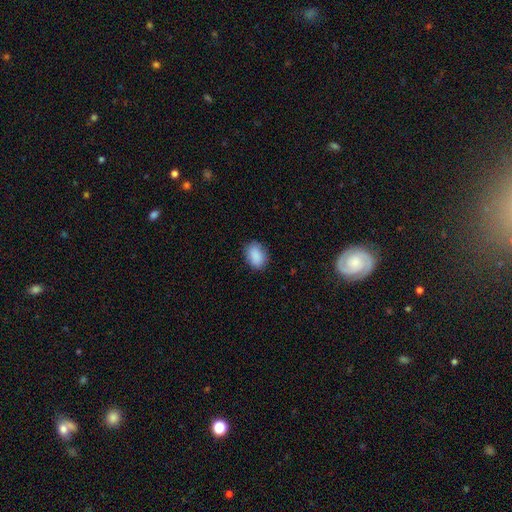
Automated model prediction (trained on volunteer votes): Q: Smooth or featured?
A: smooth (89%); runner-up: star or artifact (7%)
Q: How rounded?
A: in between (75%); runner-up: round (24%)
Q: Merging?
A: none (80%); runner-up: minor disturbance (16%)